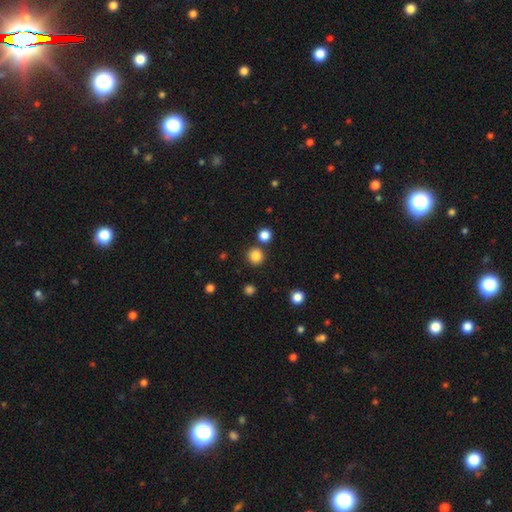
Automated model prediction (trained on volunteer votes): Smooth or featured? smooth (84%)
How rounded? round (93%)
Merging? none (84%)